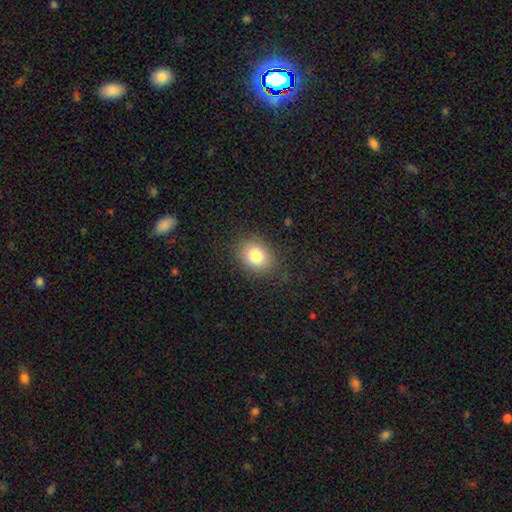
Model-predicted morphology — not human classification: Smooth or featured? smooth (83%)
How rounded? in between (55%)
Merging? none (82%)